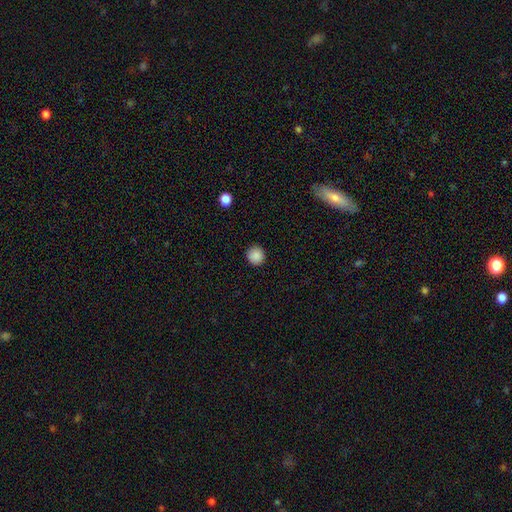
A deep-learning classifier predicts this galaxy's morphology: Smooth or featured? Predicted: smooth (p=0.88). How rounded? Predicted: round (p=0.94). Merging? Predicted: none (p=0.92).